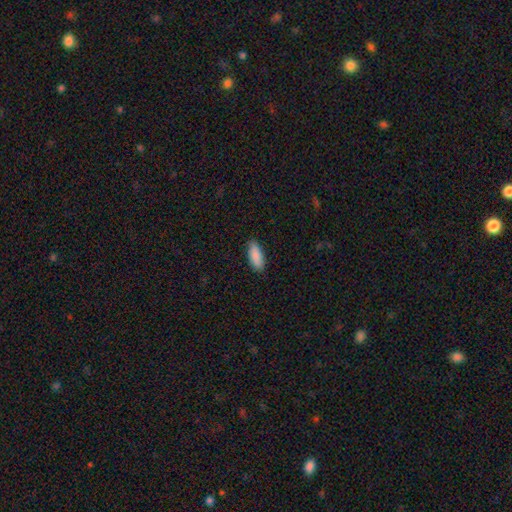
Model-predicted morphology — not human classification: This appears to be a smooth galaxy with no disk features (90%) that is in between round and cigar-shaped (72%). Merging: none (87%).